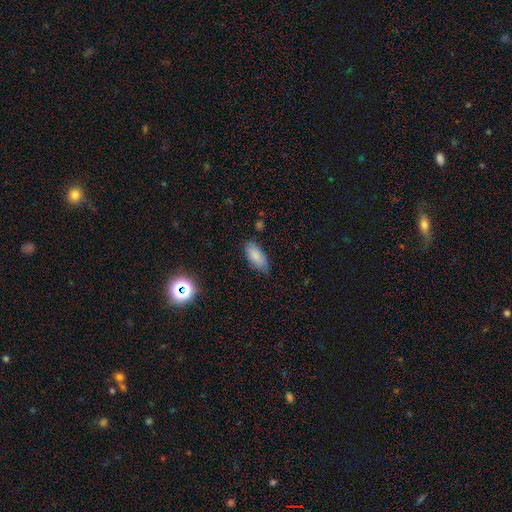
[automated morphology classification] Smooth or featured? Predicted: smooth (p=0.85). How rounded? Predicted: in between (p=0.87). Merging? Predicted: none (p=0.74).